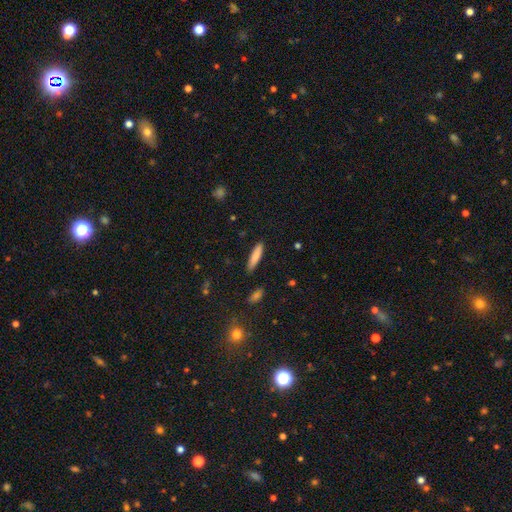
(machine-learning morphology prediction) smooth_or_featured: smooth (p=0.84) [alt: featured or disk p=0.10]
how_rounded: cigar-shaped (p=0.81) [alt: in between p=0.18]
merging: none (p=0.86) [alt: minor disturbance p=0.10]